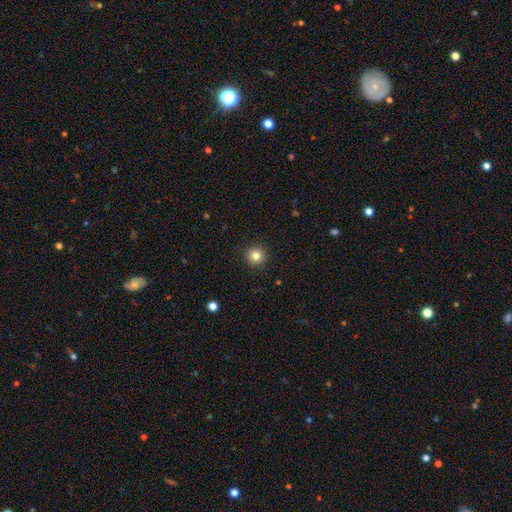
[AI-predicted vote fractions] This appears to be a smooth galaxy with no disk features (82%) that is round (96%). Merging: none (93%).